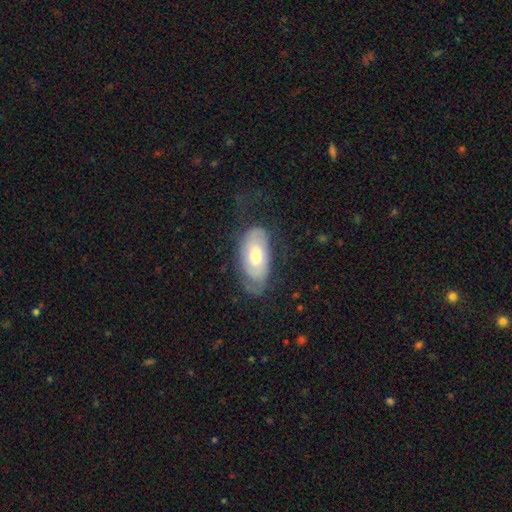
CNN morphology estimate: Overall: featured or disk (49%; smooth 45%). Merging: none (58%; minor disturbance 25%).